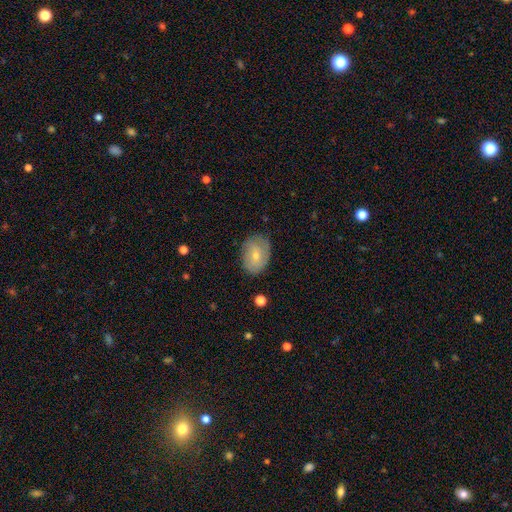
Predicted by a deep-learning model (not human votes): A smooth galaxy with no disk features (57%) that is in between round and cigar-shaped (76%).

Vote fractions:
- Smooth or featured? smooth: 57% / featured or disk: 36% / star or artifact: 7%
- How rounded? in between: 76% / round: 23% / cigar-shaped: 1%
- Merging? none: 74% / minor disturbance: 20% / major disturbance: 5% / merger: 1%